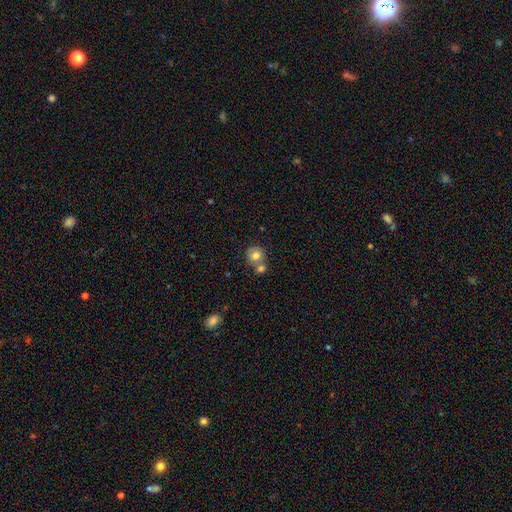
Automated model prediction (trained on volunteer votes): Smooth or featured?
  - smooth: 77% *
  - featured or disk: 13%
  - star or artifact: 9%
How rounded?
  - round: 84% *
  - in between: 15%
  - cigar-shaped: 1%
Merging?
  - none: 50% *
  - merger: 38%
  - minor disturbance: 10%
  - major disturbance: 3%